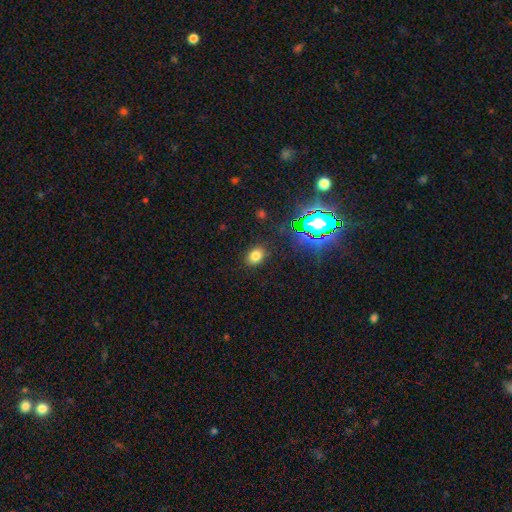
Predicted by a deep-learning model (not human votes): This appears to be a smooth galaxy with no disk features (75%) that is in between round and cigar-shaped (64%). Merging: none (87%).